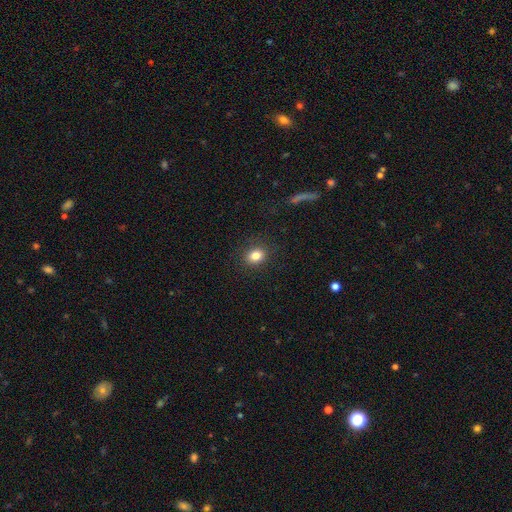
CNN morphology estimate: Q: Smooth or featured?
A: smooth (83%); runner-up: star or artifact (11%)
Q: How rounded?
A: round (54%); runner-up: in between (45%)
Q: Merging?
A: none (88%); runner-up: minor disturbance (8%)